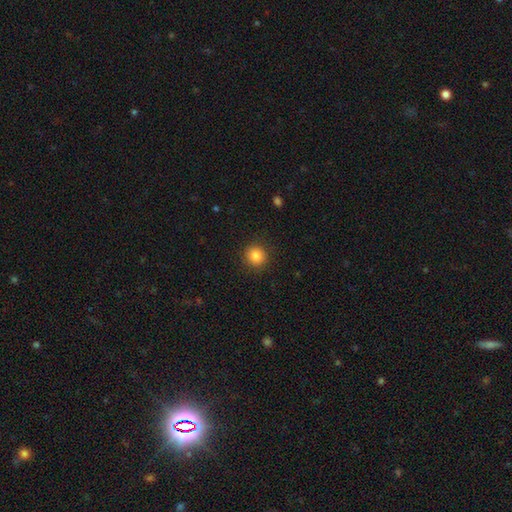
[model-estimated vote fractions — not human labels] Q: Smooth or featured?
A: smooth (85%); runner-up: star or artifact (10%)
Q: How rounded?
A: round (92%); runner-up: in between (7%)
Q: Merging?
A: none (90%); runner-up: minor disturbance (6%)